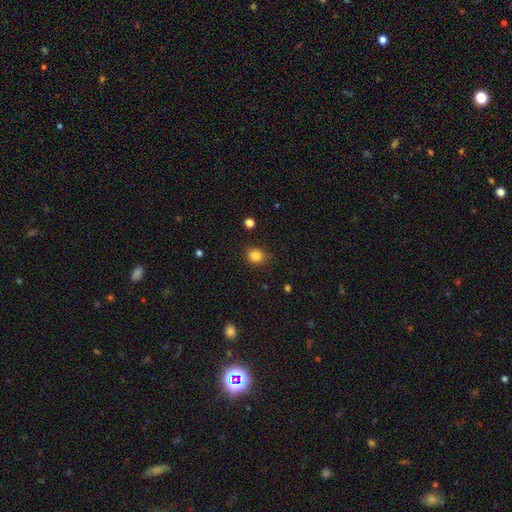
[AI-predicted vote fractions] Smooth or featured? smooth (84%)
How rounded? round (71%)
Merging? none (86%)